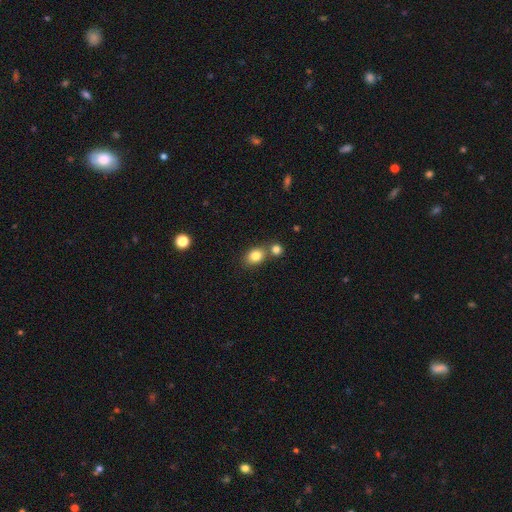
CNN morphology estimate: This is clearly a smooth galaxy (82%). How rounded: possibly in between (59%). Merging: possibly none (56%).